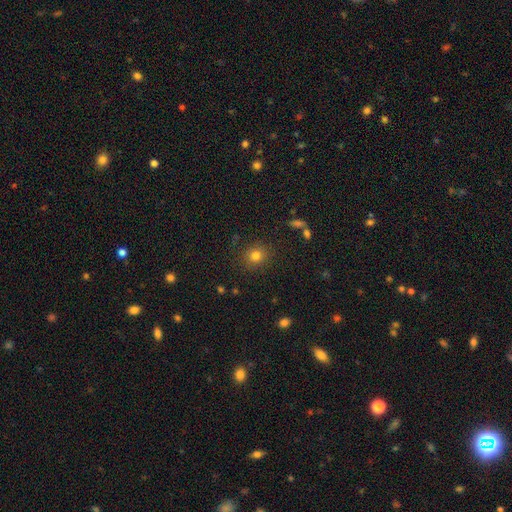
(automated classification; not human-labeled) smooth 79%, star or artifact 14%, featured or disk 7%. Down the decision tree: how rounded — round (84%); merging — none (87%).